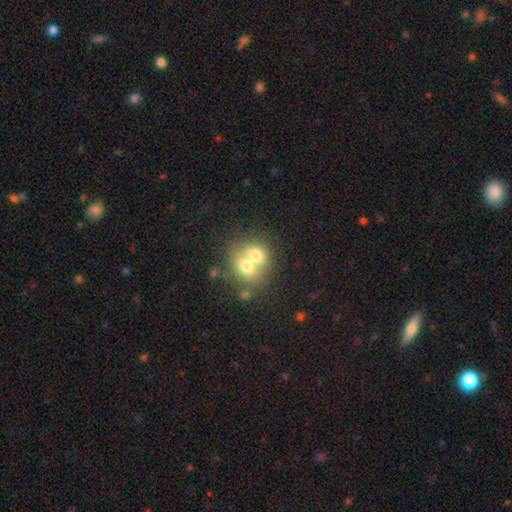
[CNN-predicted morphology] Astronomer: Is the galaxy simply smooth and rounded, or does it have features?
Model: smooth — 66%.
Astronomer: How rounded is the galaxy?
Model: round — 59% (runner-up: in between, 40%).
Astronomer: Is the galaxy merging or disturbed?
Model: merger — 70%.